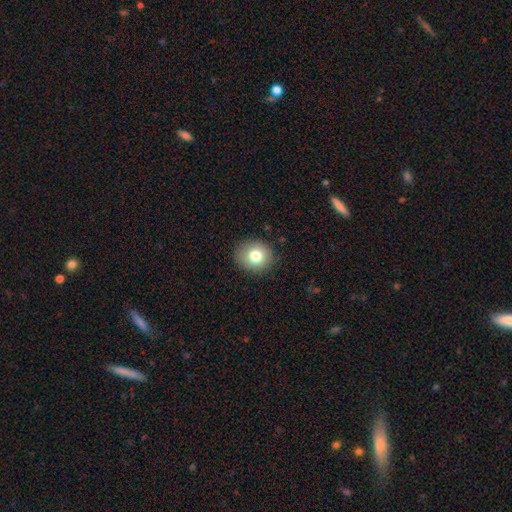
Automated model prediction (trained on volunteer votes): Smooth or featured: smooth — 79% (featured or disk — 11%)
How rounded: round — 76% (in between — 24%)
Merging: none — 88% (minor disturbance — 9%)